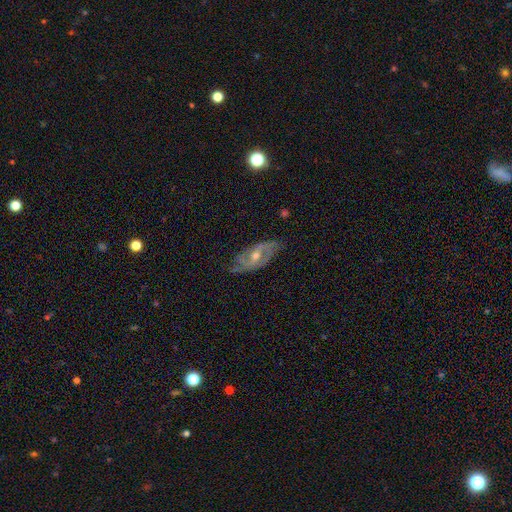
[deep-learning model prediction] The model was most divided on "bar": no: 47%, weak: 40%, strong: 13%. Remaining: edge-on disk — no (91%); spiral arms — yes (90%); smooth or featured — featured or disk (81%); merging — none (73%); spiral arm count — 2 (70%); bulge size — moderate (62%); spiral winding — medium (44%).